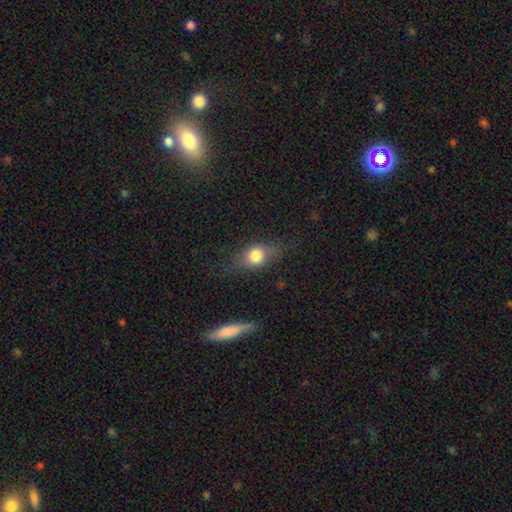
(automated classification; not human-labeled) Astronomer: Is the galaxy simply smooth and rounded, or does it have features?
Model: smooth — 71%.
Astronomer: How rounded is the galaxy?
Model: in between — 57% (runner-up: round, 37%).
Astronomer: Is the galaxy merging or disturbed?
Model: none — 72%.